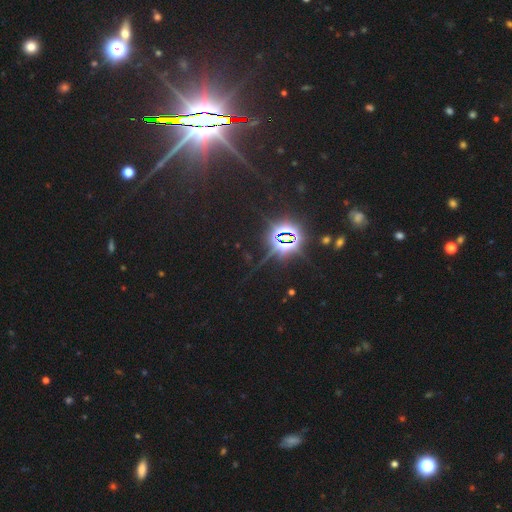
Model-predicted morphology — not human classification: Smooth or featured?
  - star or artifact: 83% *
  - featured or disk: 9%
  - smooth: 8%